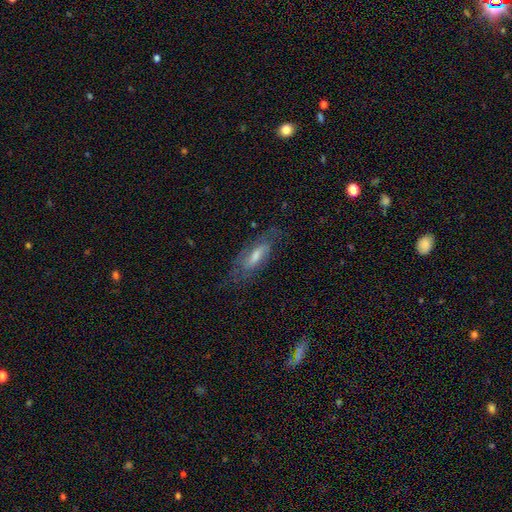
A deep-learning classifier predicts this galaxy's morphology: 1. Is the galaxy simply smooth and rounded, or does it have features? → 56% featured or disk, 35% smooth, 9% star or artifact.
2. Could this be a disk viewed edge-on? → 75% no, 25% yes.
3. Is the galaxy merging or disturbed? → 70% none, 19% minor disturbance, 10% major disturbance, 1% merger.